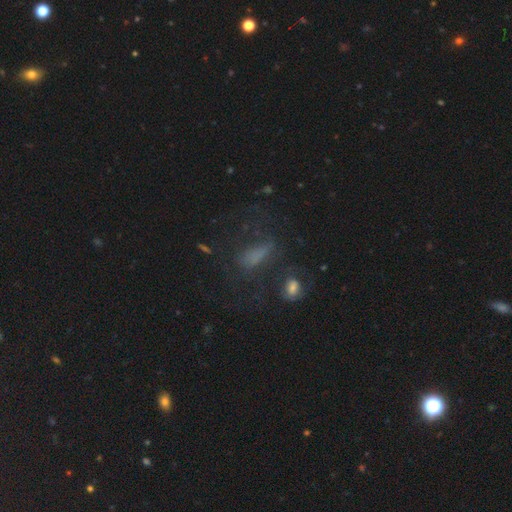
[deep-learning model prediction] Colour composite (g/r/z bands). It shows a smooth galaxy with no disk features (50%). Merging: none (49%).